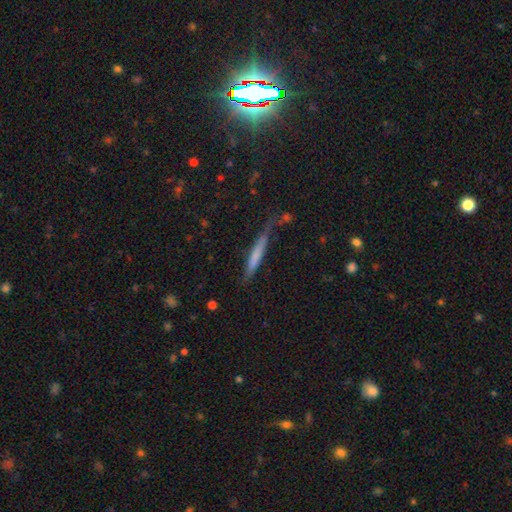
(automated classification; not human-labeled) A smooth galaxy with no disk features (63%) that is cigar-shaped (94%). Merging: none (63%).